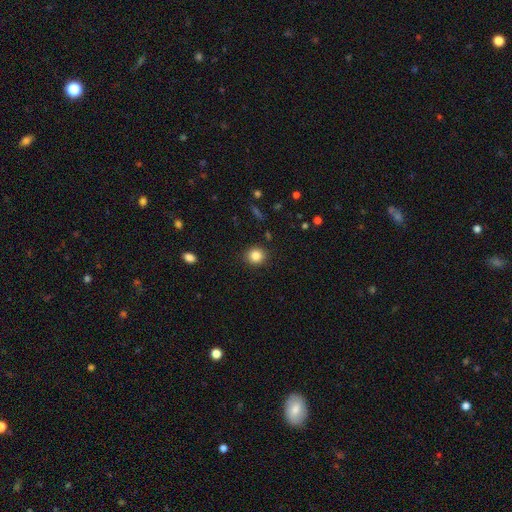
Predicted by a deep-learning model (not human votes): Smooth or featured? Predicted: smooth (p=0.84). How rounded? Predicted: round (p=0.90). Merging? Predicted: none (p=0.91).